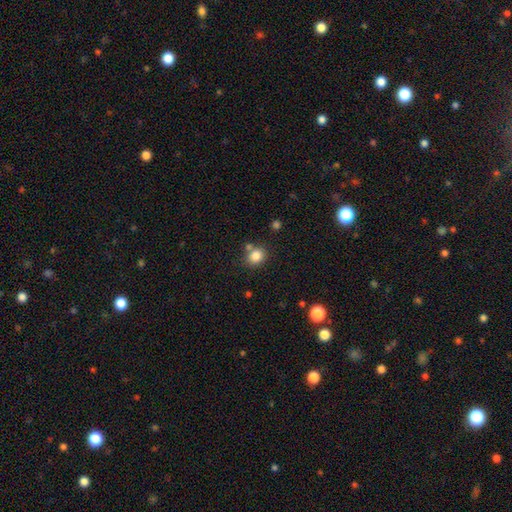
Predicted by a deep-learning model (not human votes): A smooth galaxy with no disk features (84%) that is round (62%).

Vote fractions:
- Smooth or featured? smooth: 84% / star or artifact: 11% / featured or disk: 6%
- How rounded? round: 62% / in between: 37% / cigar-shaped: 1%
- Merging? none: 70% / merger: 15% / minor disturbance: 12% / major disturbance: 4%